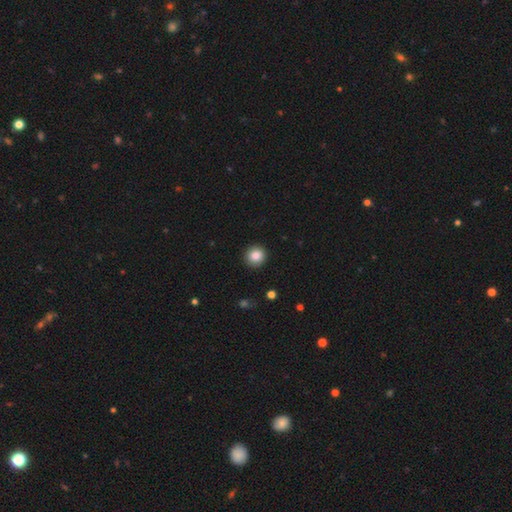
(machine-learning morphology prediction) Overall: smooth (86%). How rounded: round (93%). Merging: none (91%).